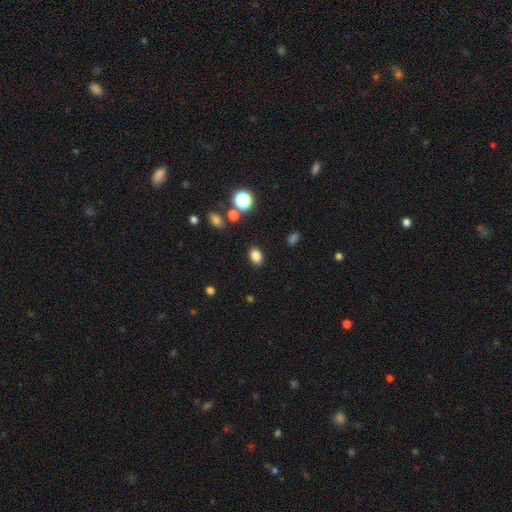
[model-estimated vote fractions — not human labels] Smooth or featured? Predicted: smooth (p=0.83). How rounded? Predicted: in between (p=0.74). Merging? Predicted: none (p=0.87).